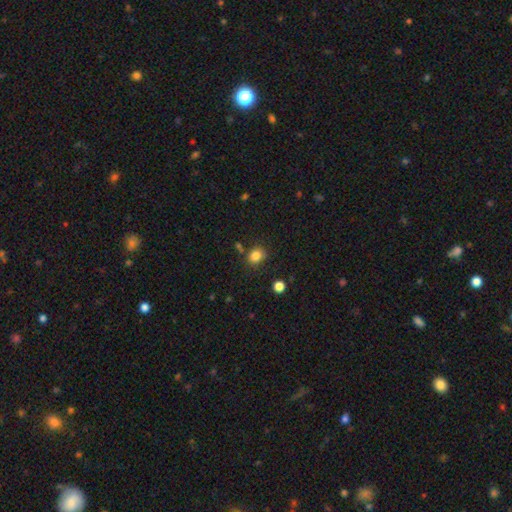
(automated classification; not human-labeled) Smooth or featured? Predicted: smooth (p=0.83). How rounded? Predicted: round (p=0.66). Merging? Predicted: none (p=0.78).